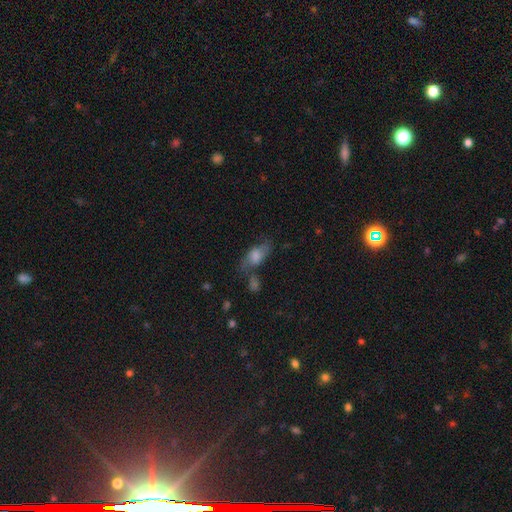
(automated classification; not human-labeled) smooth 48%, featured or disk 38%, star or artifact 15%. Down the decision tree: merging — none (49%).